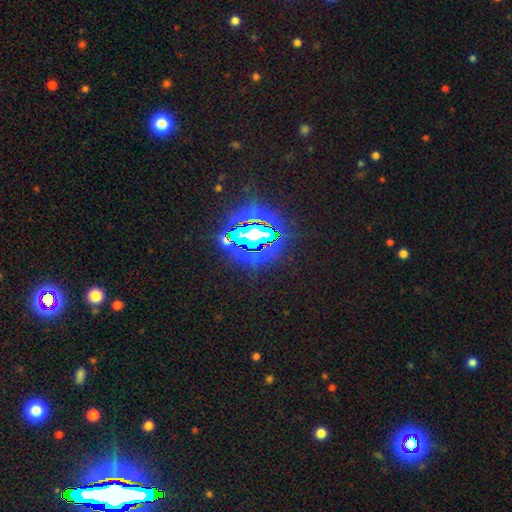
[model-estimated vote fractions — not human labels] This appears to be a star or artifact, not a galaxy (79%).